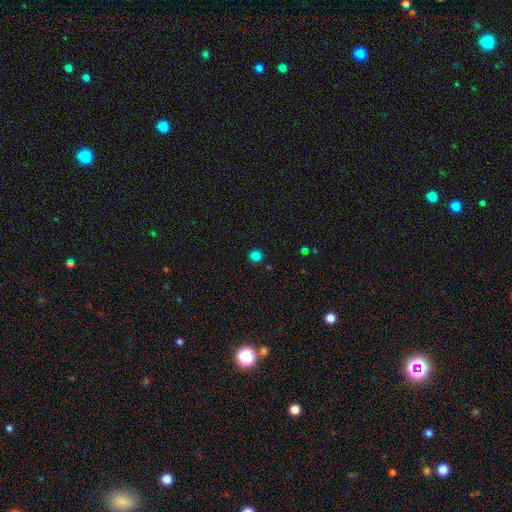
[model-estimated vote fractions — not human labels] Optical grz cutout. It shows a smooth galaxy with no disk features (82%) that is round (93%). Merging: none (88%).